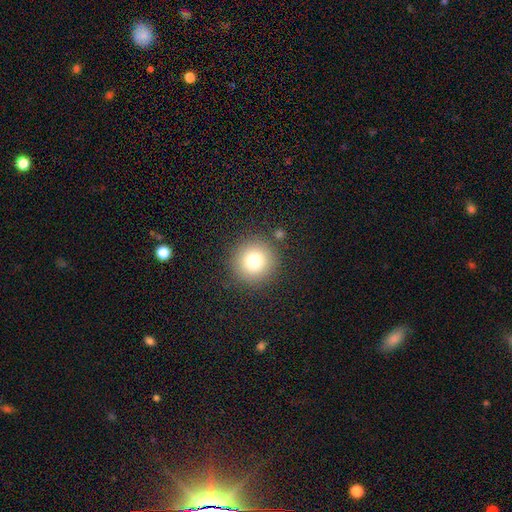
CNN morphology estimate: Smooth or featured? Predicted: smooth (p=0.77). How rounded? Predicted: round (p=0.95). Merging? Predicted: none (p=0.89).